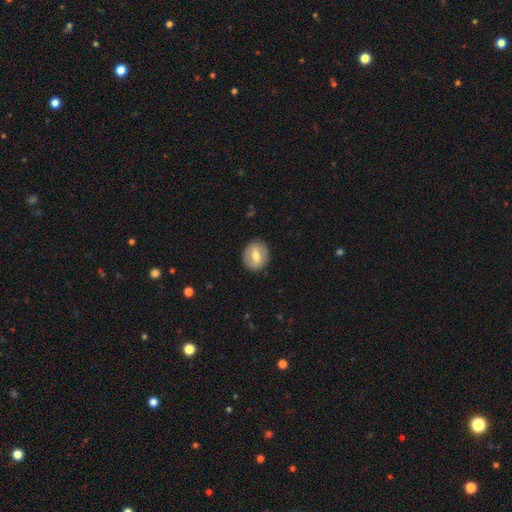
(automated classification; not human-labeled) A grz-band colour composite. It shows a smooth galaxy with no disk features (53%) that is round (76%). Merging: none (88%).